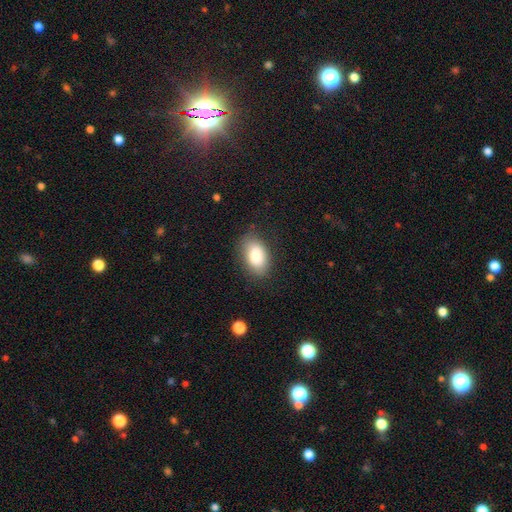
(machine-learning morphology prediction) Q: Smooth or featured?
A: smooth (84%); runner-up: featured or disk (9%)
Q: How rounded?
A: in between (92%); runner-up: round (6%)
Q: Merging?
A: none (78%); runner-up: minor disturbance (16%)